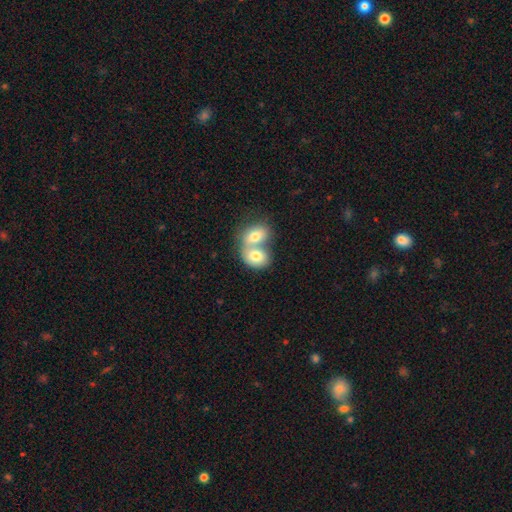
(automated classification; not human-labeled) Q: Smooth or featured?
A: smooth (74%); runner-up: featured or disk (19%)
Q: How rounded?
A: in between (64%); runner-up: round (35%)
Q: Merging?
A: merger (75%); runner-up: none (17%)